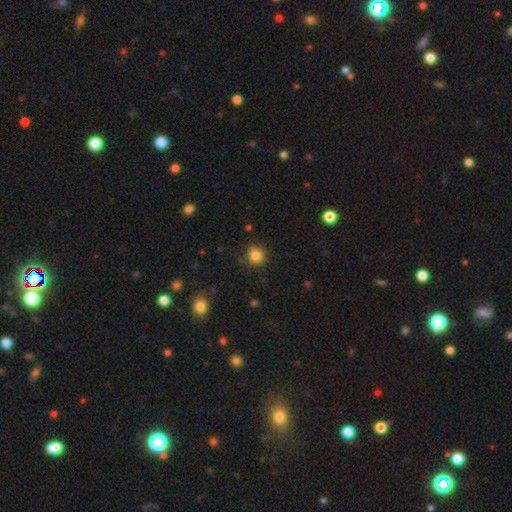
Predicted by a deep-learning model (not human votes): The model was most divided on "merging": none: 81%, minor disturbance: 14%, major disturbance: 3%, merger: 2%. More confident: how rounded — round (89%); smooth or featured — smooth (83%).